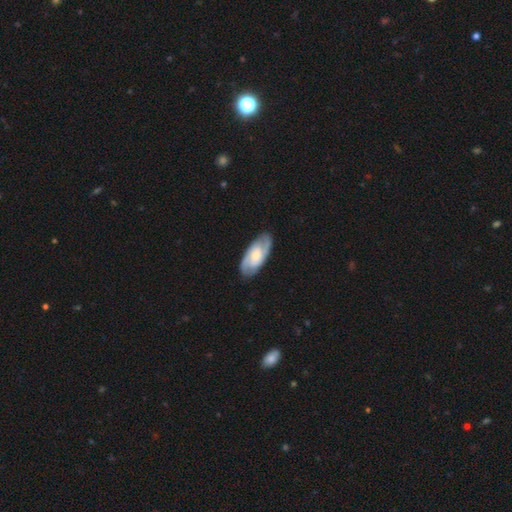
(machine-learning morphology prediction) smooth_or_featured: featured or disk (p=0.73) [alt: smooth p=0.22]
disk_edge_on: no (p=0.93) [alt: yes p=0.07]
bar: no (p=0.60) [alt: weak p=0.32]
has_spiral_arms: yes (p=0.93) [alt: no p=0.07]
spiral_winding: tight (p=0.44) [tied with: medium p=0.44]
spiral_arm_count: 2 (p=0.80) [alt: can't tell p=0.10]
bulge_size: small (p=0.46) [alt: moderate p=0.41]
merging: none (p=0.84) [alt: minor disturbance p=0.12]